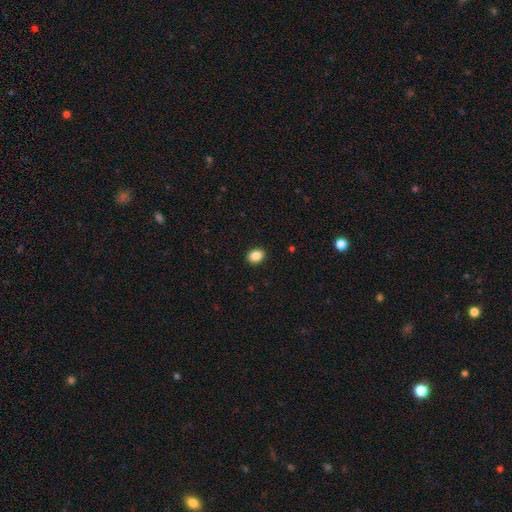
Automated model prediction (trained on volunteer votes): smooth-or-featured: smooth: 86% | star or artifact: 9% | featured or disk: 5%
  how-rounded: in between: 59% | round: 40% | cigar-shaped: 1%
  merging: none: 91% | minor disturbance: 6% | major disturbance: 2% | merger: 1%